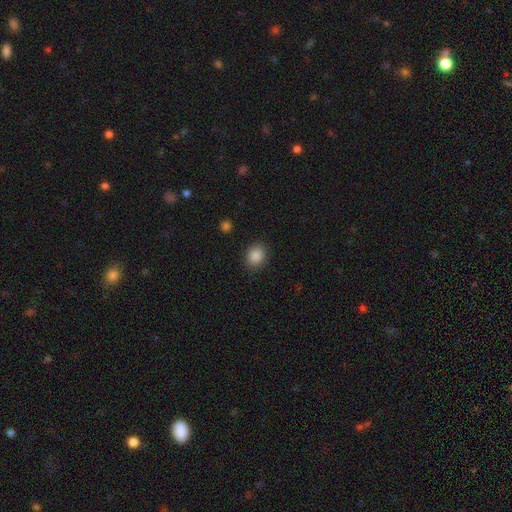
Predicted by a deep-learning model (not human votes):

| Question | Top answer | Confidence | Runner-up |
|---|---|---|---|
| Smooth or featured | smooth | 87% | star or artifact (9%) |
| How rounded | round | 57% | in between (42%) |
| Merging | none | 88% | minor disturbance (8%) |